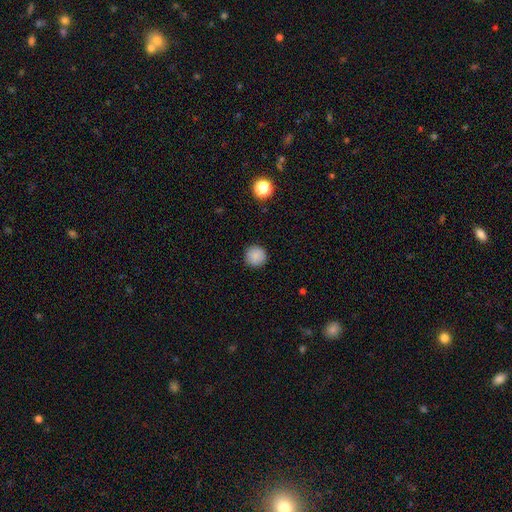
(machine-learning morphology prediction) A smooth galaxy with no disk features (86%) that is round (95%).

Vote fractions:
- Smooth or featured? smooth: 86% / star or artifact: 9% / featured or disk: 4%
- How rounded? round: 95% / in between: 4% / cigar-shaped: 1%
- Merging? none: 92% / minor disturbance: 6% / major disturbance: 2% / merger: 1%